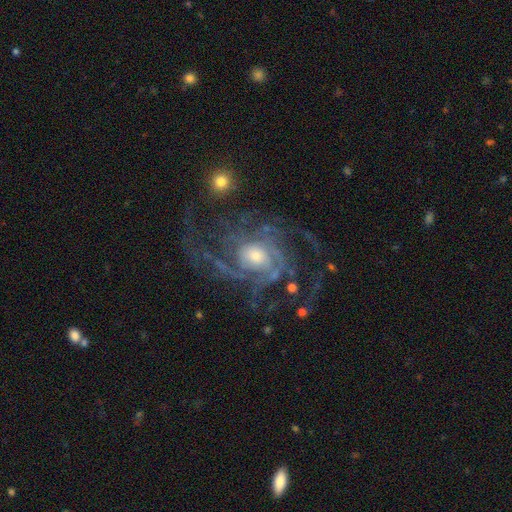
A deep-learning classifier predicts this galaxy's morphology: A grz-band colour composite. It shows a featured or disk galaxy (89%) with no bar (73%), 3 (23%) medium (43%) spiral arms (96%) and a moderate central bulge (54%). Merging: none (56%).